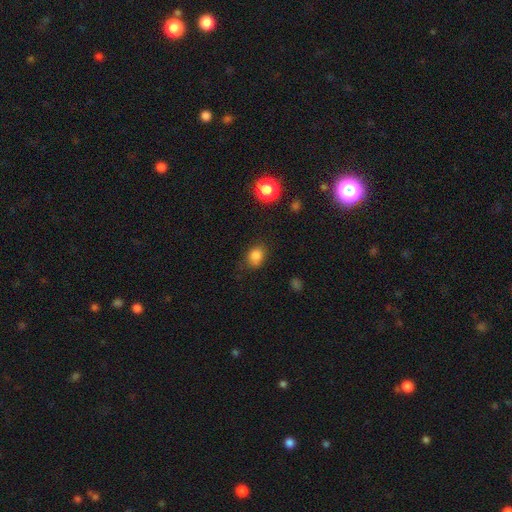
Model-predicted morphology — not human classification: Smooth or featured? Predicted: smooth (p=0.83). How rounded? Predicted: in between (p=0.57). Merging? Predicted: none (p=0.72).